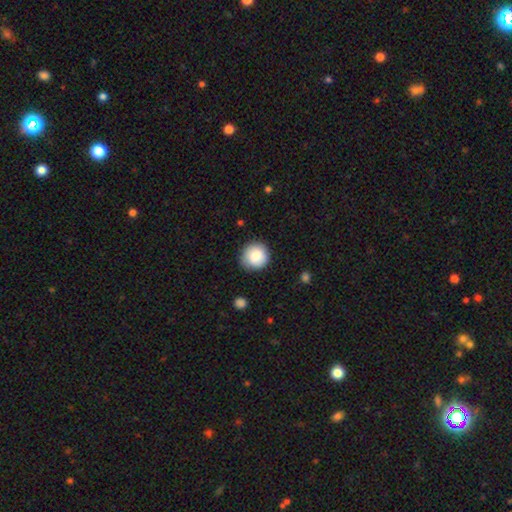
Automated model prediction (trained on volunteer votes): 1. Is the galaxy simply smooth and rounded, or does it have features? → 83% smooth, 9% featured or disk, 7% star or artifact.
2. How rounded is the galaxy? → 93% round, 6% in between, 1% cigar-shaped.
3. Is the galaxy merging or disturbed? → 83% none, 13% minor disturbance, 3% major disturbance, 1% merger.